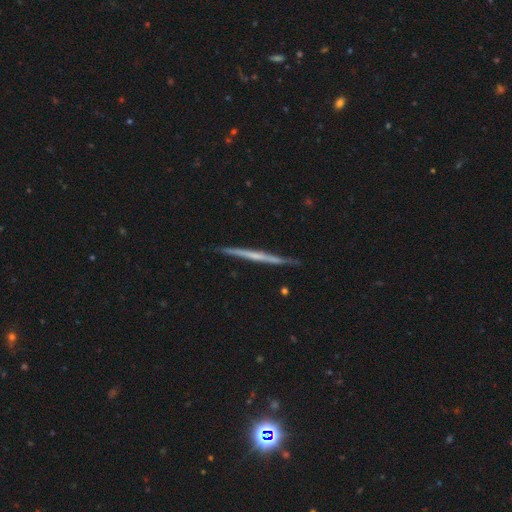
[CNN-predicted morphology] Smooth or featured? Predicted: featured or disk (p=0.66). Edge-on disk? Predicted: yes (p=0.98). Edge-on bulge? Predicted: none (p=0.76). Merging? Predicted: none (p=0.89).